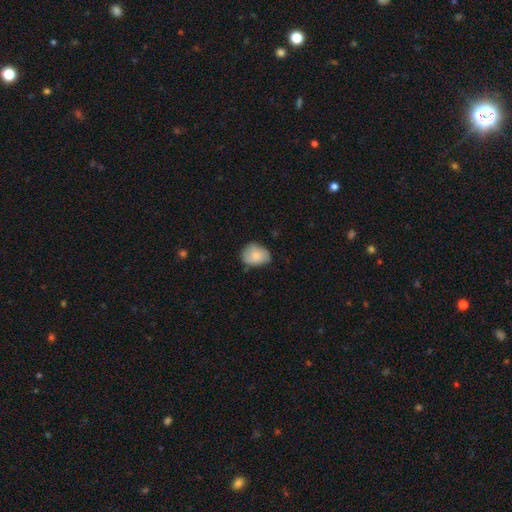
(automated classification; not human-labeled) This appears to be a smooth galaxy with no disk features (79%) that is in between round and cigar-shaped (57%). Merging: none (61%).